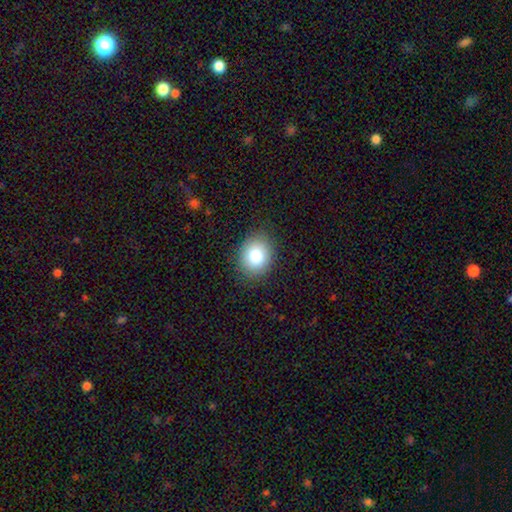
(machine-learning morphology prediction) A smooth galaxy with no disk features (82%) that is round (54%). Merging: none (86%).